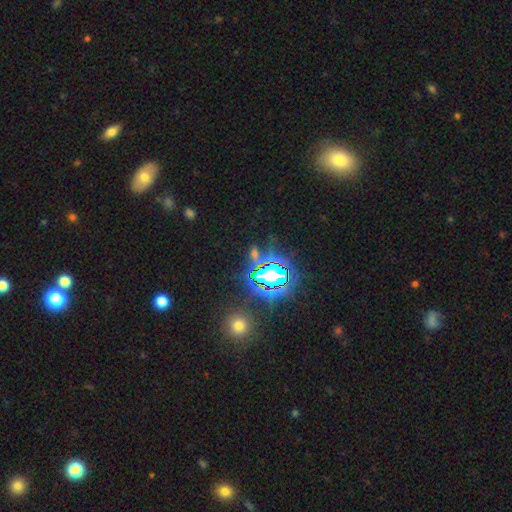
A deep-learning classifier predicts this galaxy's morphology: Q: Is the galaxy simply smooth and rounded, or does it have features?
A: star or artifact — 75%.